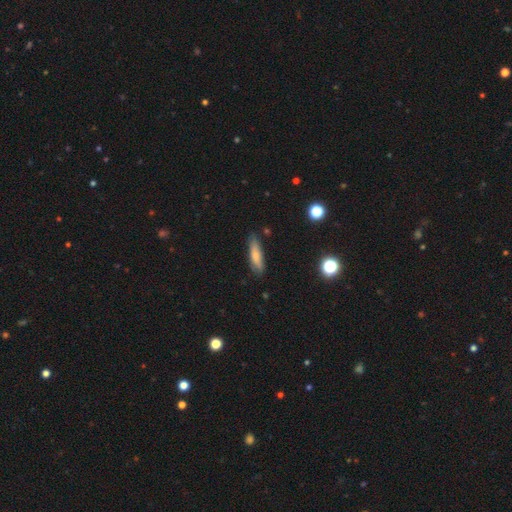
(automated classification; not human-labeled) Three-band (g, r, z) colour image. It shows a smooth galaxy with no disk features (75%) that is cigar-shaped (72%). Merging: none (80%).